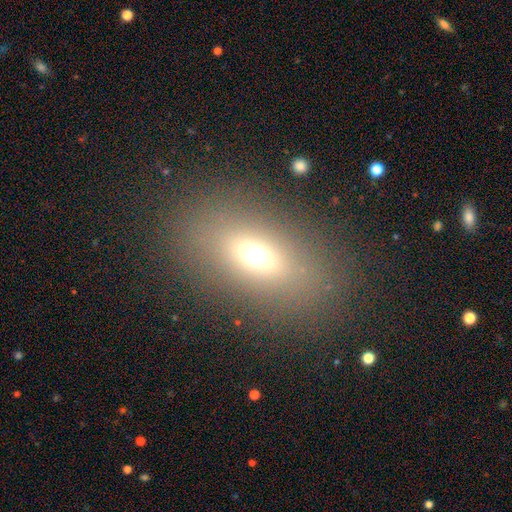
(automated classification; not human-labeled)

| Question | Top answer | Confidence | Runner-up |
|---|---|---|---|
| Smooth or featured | smooth | 64% | featured or disk (18%) |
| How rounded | in between | 79% | round (13%) |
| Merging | none | 84% | minor disturbance (9%) |